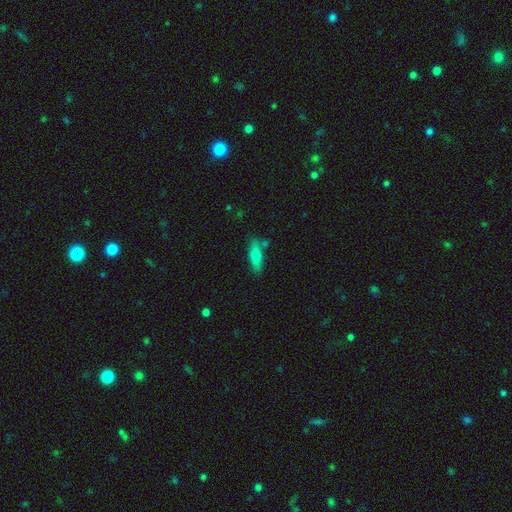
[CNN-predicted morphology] type=smooth (71%); roundness=in between (50%); merging=none (72%).